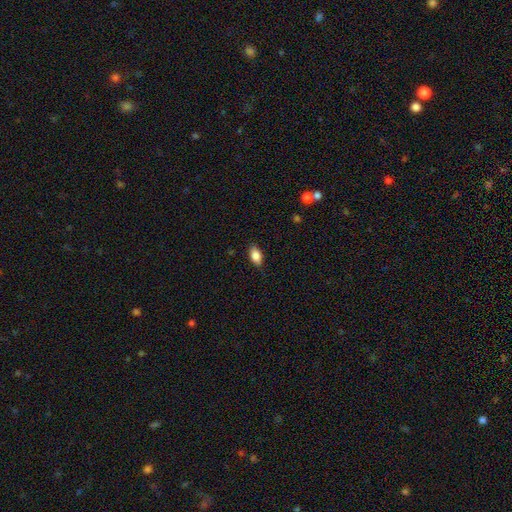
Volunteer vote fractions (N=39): smooth-or-featured: smooth: 74% | featured or disk: 15% | star or artifact: 10%
  how-rounded: in between: 86% | round: 10% | cigar-shaped: 3%
  merging: none: 86% | minor disturbance: 14% | major disturbance: 0% | merger: 0%